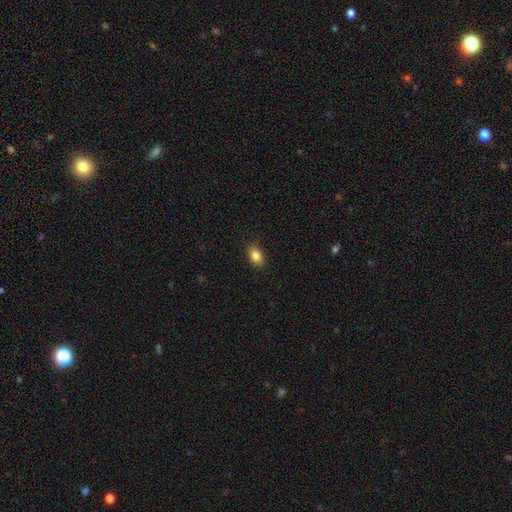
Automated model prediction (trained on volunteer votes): Smooth or featured? smooth (84%)
How rounded? in between (87%)
Merging? none (88%)